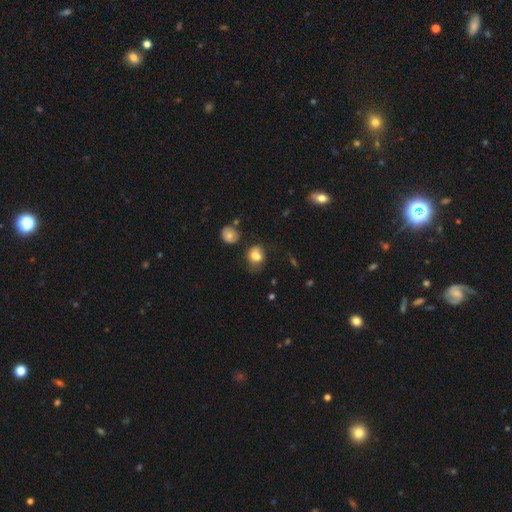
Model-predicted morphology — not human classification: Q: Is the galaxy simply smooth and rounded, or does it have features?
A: smooth — 76%.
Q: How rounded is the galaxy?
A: in between — 53%.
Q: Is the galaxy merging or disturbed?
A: none — 45%.